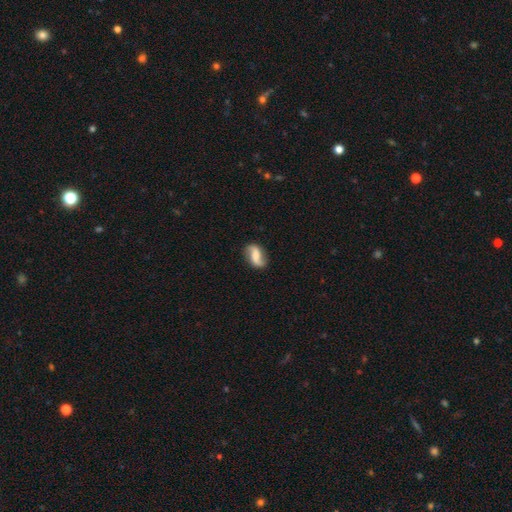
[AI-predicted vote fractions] Morphology: type=featured or disk (68%); edge-on=no (96%); bar=weak (41%); spiral arms=yes (93%); winding=loose (75%); arm count=2 (91%); bulge=moderate (35%); merging=none (78%).